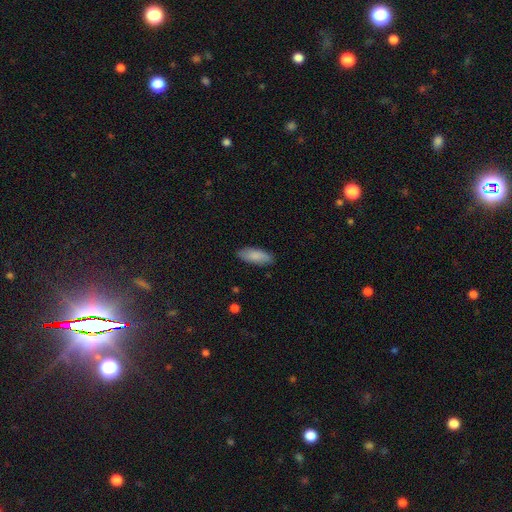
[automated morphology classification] smooth_or_featured: smooth (p=0.86) [alt: featured or disk p=0.08]
how_rounded: in between (p=0.73) [alt: cigar-shaped p=0.25]
merging: none (p=0.86) [alt: minor disturbance p=0.10]